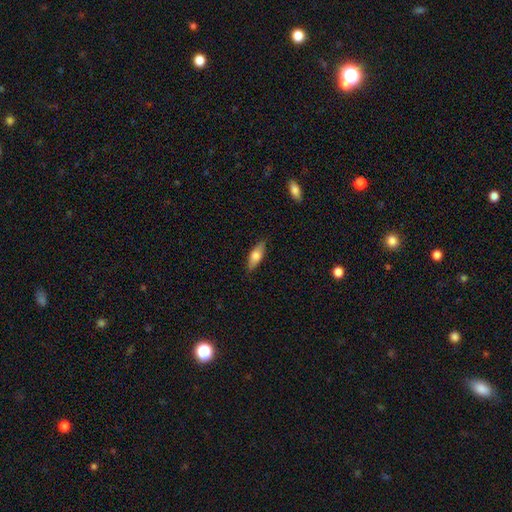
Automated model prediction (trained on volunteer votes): Smooth or featured: smooth — 70% (featured or disk — 24%)
How rounded: in between — 67% (cigar-shaped — 30%)
Merging: none — 84% (minor disturbance — 12%)